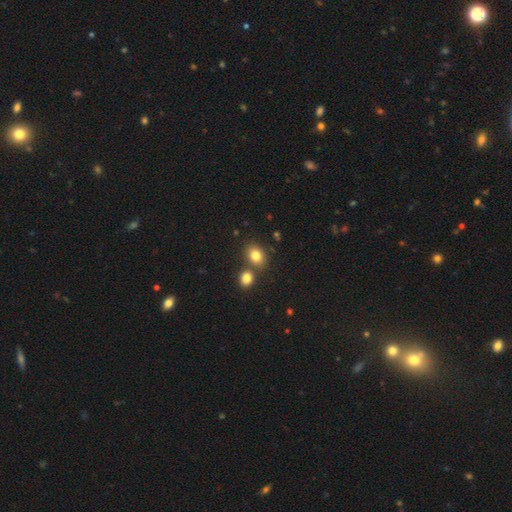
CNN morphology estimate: The model was most divided on "how rounded": in between: 56%, round: 43%, cigar-shaped: 1%. More confident: smooth or featured — smooth (81%); merging — none (65%).